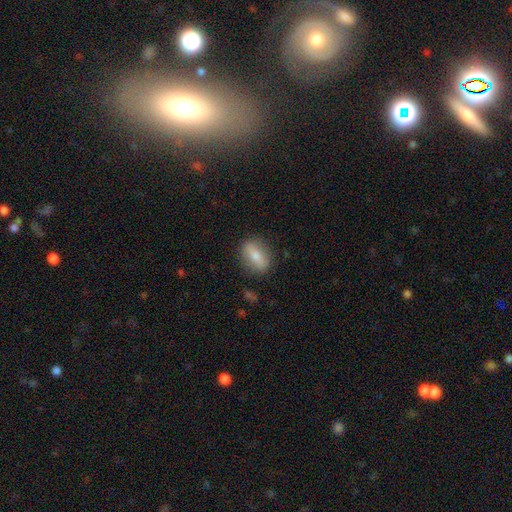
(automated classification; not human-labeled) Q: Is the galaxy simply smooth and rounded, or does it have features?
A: smooth — 63%.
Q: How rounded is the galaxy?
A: in between — 71%.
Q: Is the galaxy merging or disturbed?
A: none — 84%.